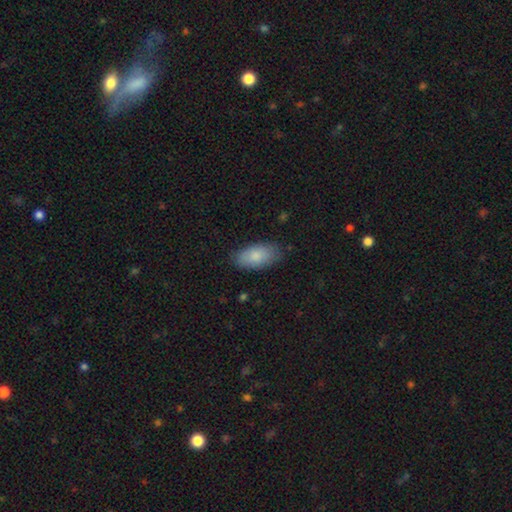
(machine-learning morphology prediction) smooth_or_featured: smooth (p=0.84) [alt: featured or disk p=0.10]
how_rounded: in between (p=0.93) [alt: cigar-shaped p=0.04]
merging: none (p=0.82) [alt: minor disturbance p=0.14]